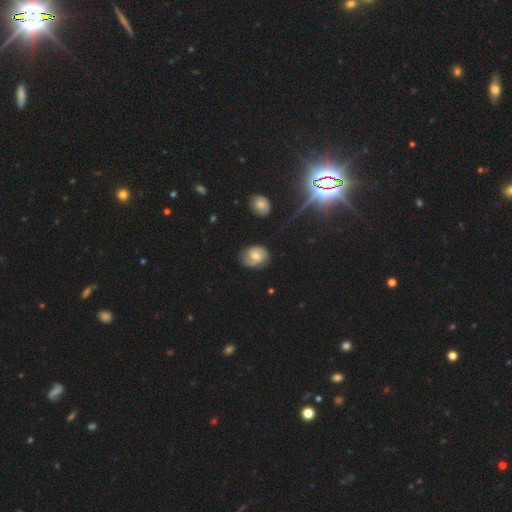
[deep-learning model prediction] Smooth or featured? Predicted: featured or disk (p=0.61). Edge-on disk? Predicted: no (p=0.97). Bar? Predicted: weak (p=0.46). Spiral arms? Predicted: yes (p=0.90). Spiral winding? Predicted: medium (p=0.43). Spiral arm count? Predicted: 2 (p=0.72). Bulge size? Predicted: moderate (p=0.56). Merging? Predicted: none (p=0.73).